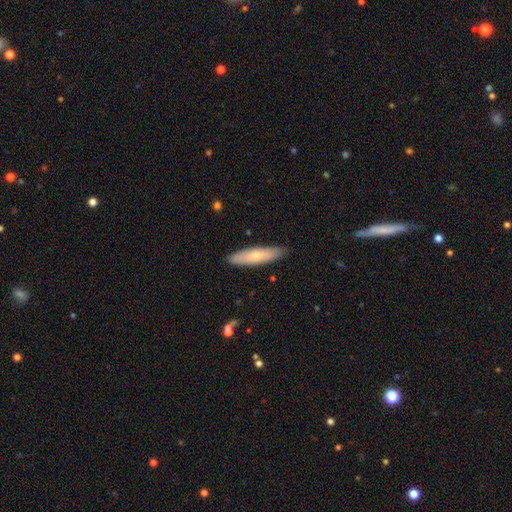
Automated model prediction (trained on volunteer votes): Morphology: type=smooth (67%); roundness=cigar-shaped (70%); merging=none (86%).